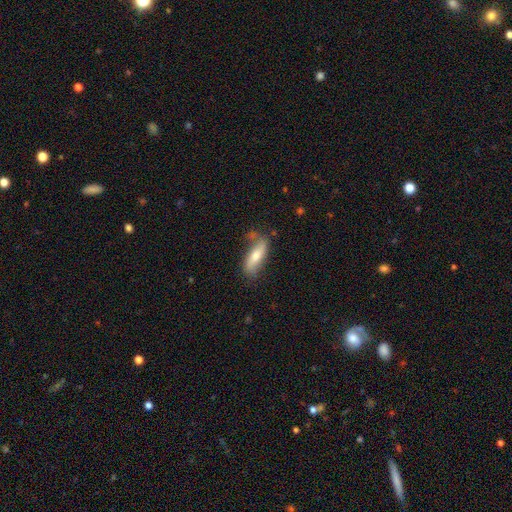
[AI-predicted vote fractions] Smooth or featured: featured or disk — 47% (smooth — 46%)
Merging: none — 61% (minor disturbance — 26%)